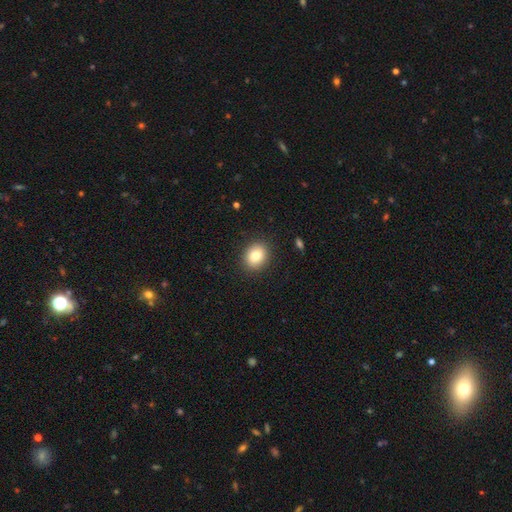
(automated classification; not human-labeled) smooth_or_featured: smooth (p=0.81) [alt: featured or disk p=0.09]
how_rounded: round (p=0.60) [alt: in between p=0.39]
merging: none (p=0.89) [alt: minor disturbance p=0.07]